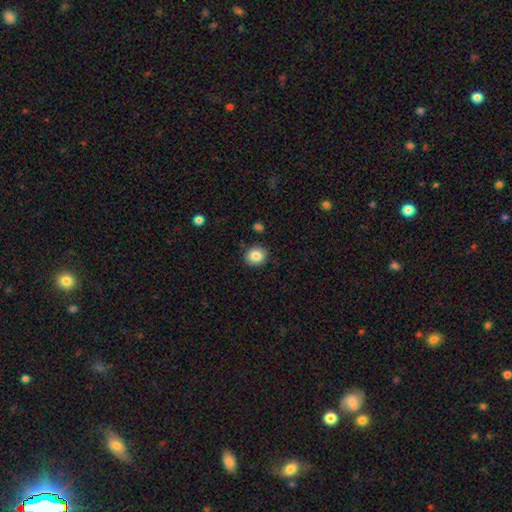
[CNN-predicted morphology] A smooth galaxy with no disk features (84%) that is round (79%). Merging: none (87%).